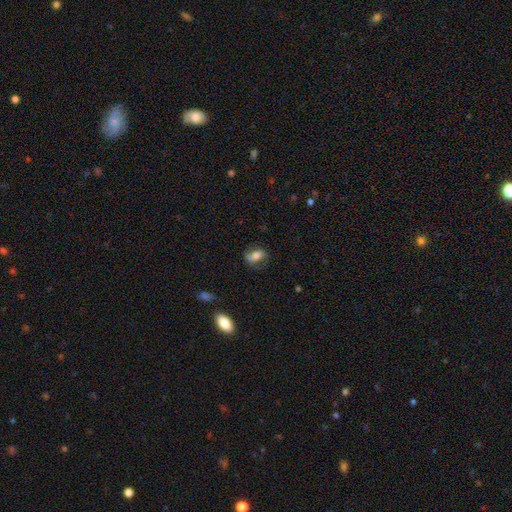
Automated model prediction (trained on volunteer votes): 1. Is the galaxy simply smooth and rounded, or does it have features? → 66% smooth, 26% featured or disk, 8% star or artifact.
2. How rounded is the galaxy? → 84% in between, 11% round, 5% cigar-shaped.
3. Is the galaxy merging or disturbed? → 66% none, 22% minor disturbance, 11% major disturbance, 2% merger.